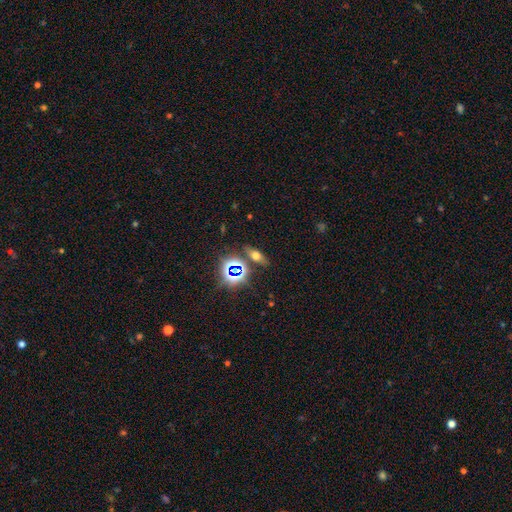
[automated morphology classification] smooth-or-featured: smooth: 49% | star or artifact: 30% | featured or disk: 21%
  merging: none: 80% | minor disturbance: 10% | merger: 6% | major disturbance: 4%